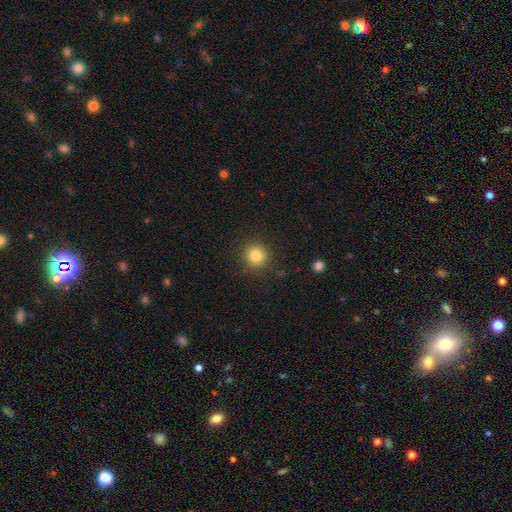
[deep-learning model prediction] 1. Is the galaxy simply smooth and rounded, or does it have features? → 82% smooth, 12% star or artifact, 6% featured or disk.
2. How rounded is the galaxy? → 93% round, 6% in between, 1% cigar-shaped.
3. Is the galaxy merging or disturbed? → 89% none, 7% minor disturbance, 3% major disturbance, 1% merger.